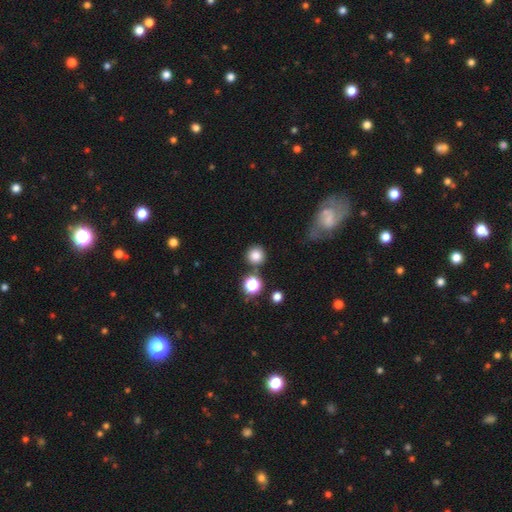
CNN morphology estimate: Smooth or featured?
  - smooth: 82% *
  - star or artifact: 13%
  - featured or disk: 5%
How rounded?
  - round: 93% *
  - in between: 6%
  - cigar-shaped: 1%
Merging?
  - none: 81% *
  - minor disturbance: 9%
  - merger: 8%
  - major disturbance: 3%